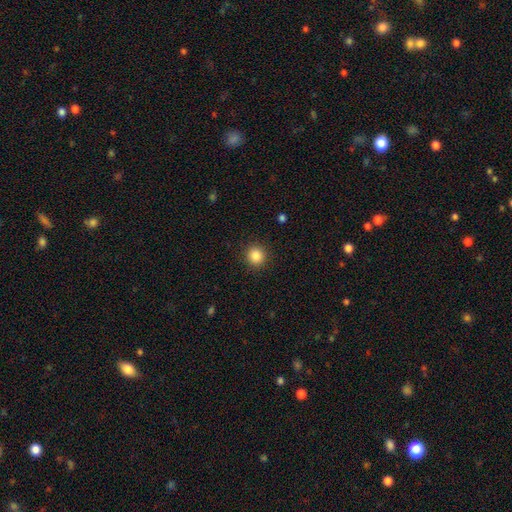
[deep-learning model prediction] This appears to be a smooth galaxy with no disk features (86%) that is round (92%). Merging: none (91%).